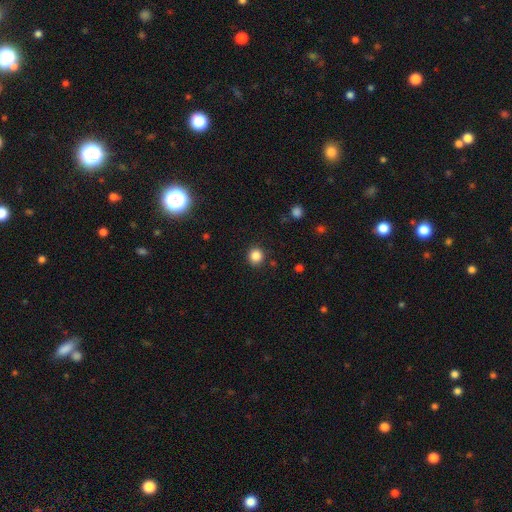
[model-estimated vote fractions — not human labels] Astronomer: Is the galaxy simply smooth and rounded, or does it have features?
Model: smooth — 85%.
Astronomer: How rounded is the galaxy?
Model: round — 91%.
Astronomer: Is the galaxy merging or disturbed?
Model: none — 90%.